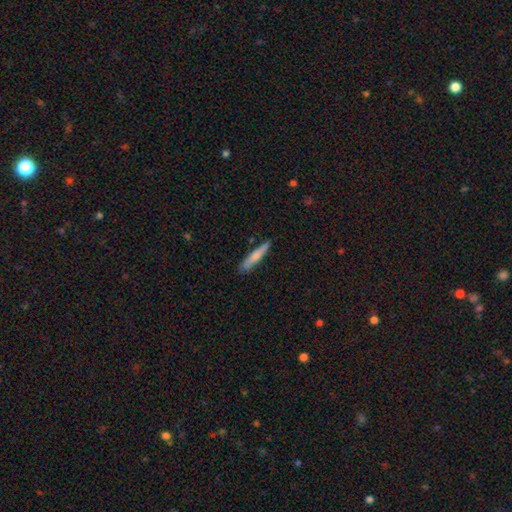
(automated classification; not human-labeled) Smooth or featured?
  - smooth: 70% *
  - featured or disk: 24%
  - star or artifact: 6%
How rounded?
  - cigar-shaped: 92% *
  - in between: 7%
  - round: 1%
Merging?
  - none: 80% *
  - minor disturbance: 16%
  - major disturbance: 3%
  - merger: 2%